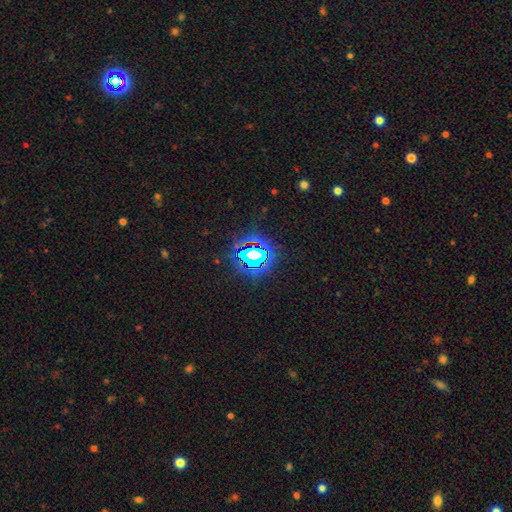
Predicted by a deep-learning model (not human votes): A star or artifact, not a galaxy (73%).

Vote fractions:
- Smooth or featured? star or artifact: 73% / smooth: 16% / featured or disk: 12%